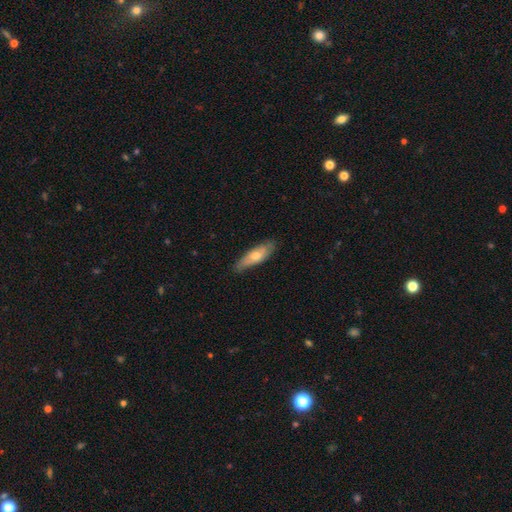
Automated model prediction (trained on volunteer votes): Smooth or featured? Predicted: smooth (p=0.62). How rounded? Predicted: in between (p=0.51). Merging? Predicted: none (p=0.78).